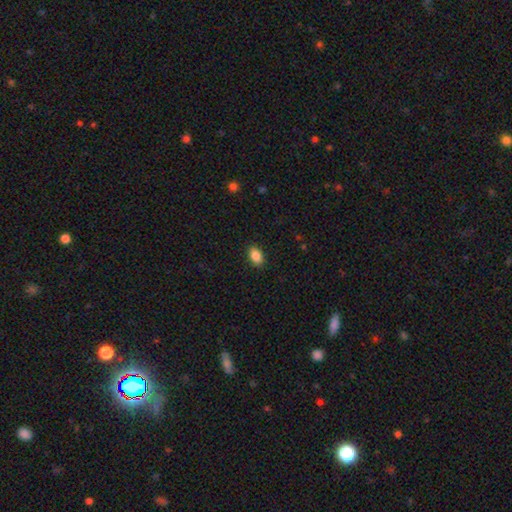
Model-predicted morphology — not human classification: Overall: smooth (87%). How rounded: in between (88%). Merging: none (89%).